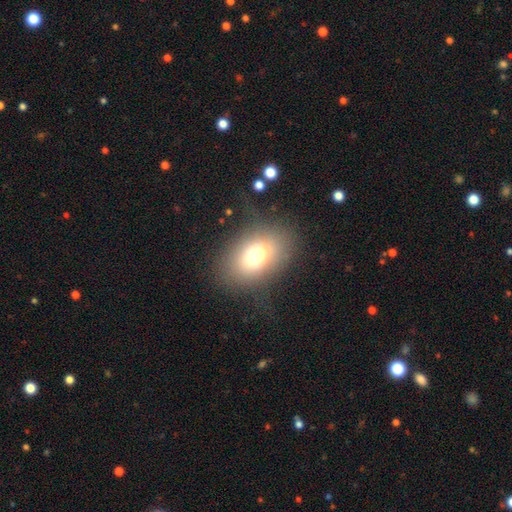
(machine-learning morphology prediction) A smooth galaxy with no disk features (74%) that is in between round and cigar-shaped (84%).

Vote fractions:
- Smooth or featured? smooth: 74% / featured or disk: 15% / star or artifact: 11%
- How rounded? in between: 84% / round: 15% / cigar-shaped: 2%
- Merging? none: 72% / minor disturbance: 17% / major disturbance: 9% / merger: 2%